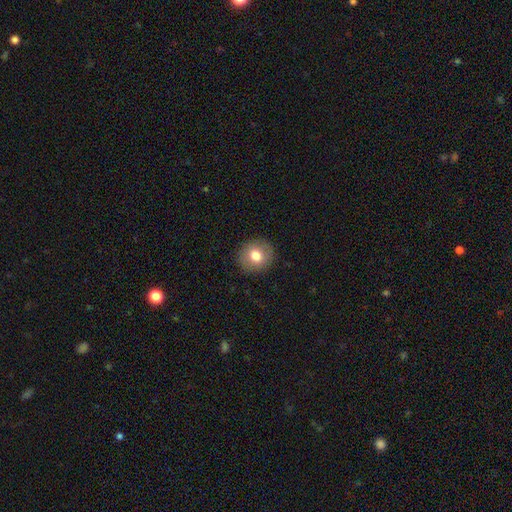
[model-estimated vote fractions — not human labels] smooth_or_featured: smooth (p=0.76) [alt: featured or disk p=0.15]
how_rounded: round (p=0.86) [alt: in between p=0.13]
merging: none (p=0.90) [alt: minor disturbance p=0.07]